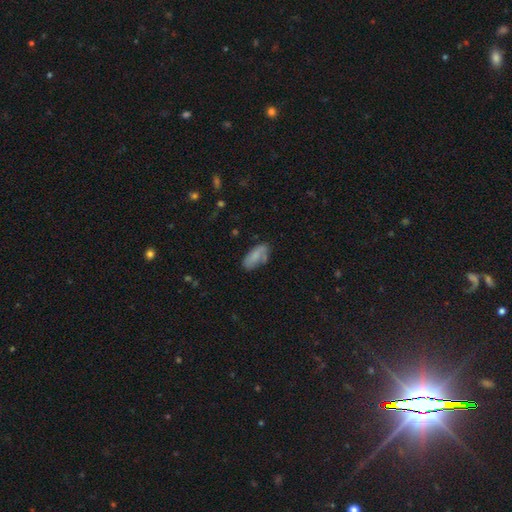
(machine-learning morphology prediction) Smooth or featured: smooth — 73% (featured or disk — 19%)
How rounded: in between — 89% (cigar-shaped — 8%)
Merging: none — 59% (minor disturbance — 26%)